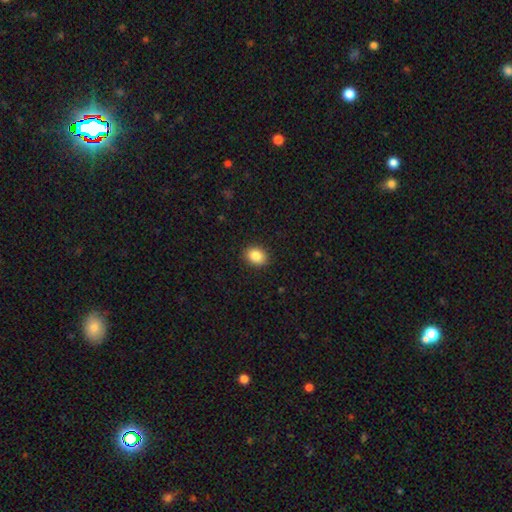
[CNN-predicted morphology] Overall: smooth (85%). How rounded: in between (58%; round 42%). Merging: none (90%).